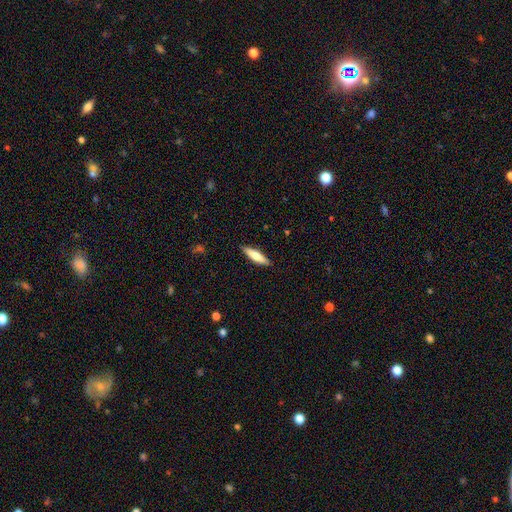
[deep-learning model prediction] The model was most divided on "smooth or featured": smooth: 64%, featured or disk: 31%, star or artifact: 6%. More confident: merging — none (89%); how rounded — cigar-shaped (74%).